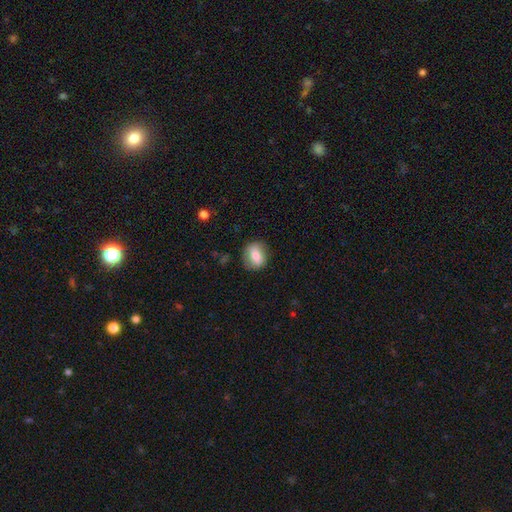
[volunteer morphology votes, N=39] Volunteers were most divided on "how rounded": round: 57%, in between: 43%, cigar-shaped: 0%. More confident: merging — none (89%); smooth or featured — smooth (77%).